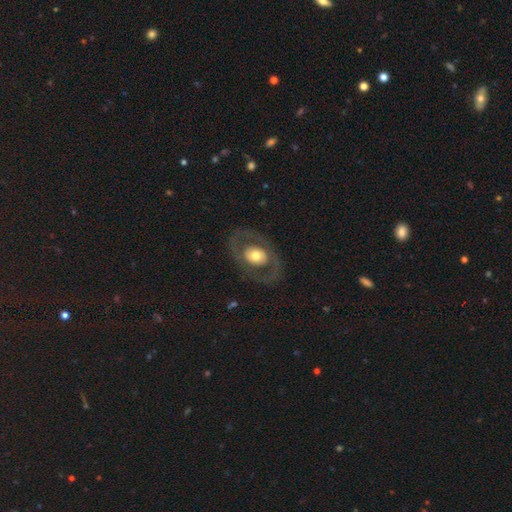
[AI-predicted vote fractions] Morphology: type=featured or disk (61%); edge-on=no (94%); bar=no (78%); spiral arms=no (68%); bulge=moderate (58%); merging=none (79%).